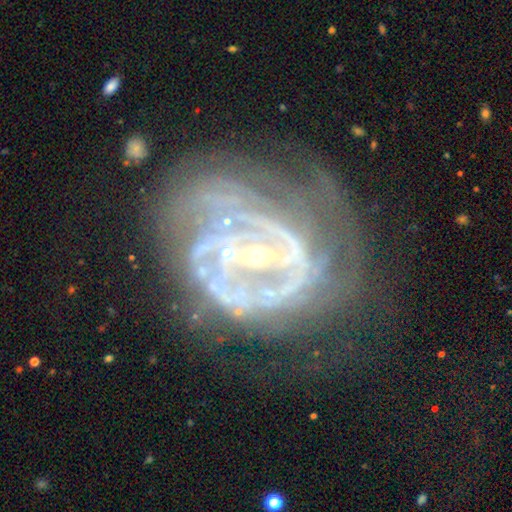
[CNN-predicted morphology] The model was most divided on "merging": none: 41%, major disturbance: 33%, minor disturbance: 21%, merger: 6%. Remaining: edge-on disk — no (97%); smooth or featured — featured or disk (82%); bulge size — small (76%); spiral arms — yes (73%); spiral winding — tight (52%); bar — no (45%); spiral arm count — can't tell (42%).